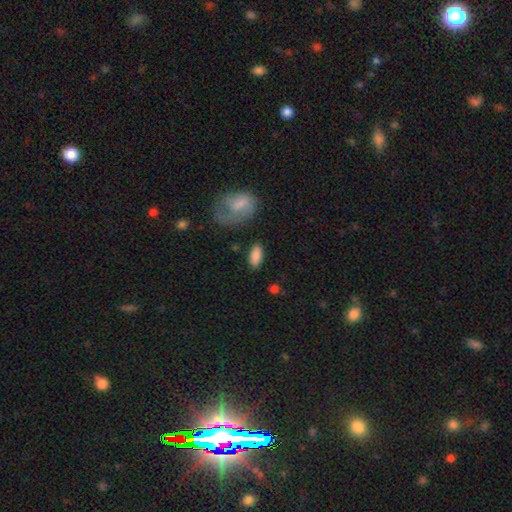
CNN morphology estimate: Smooth or featured: smooth — 87% (featured or disk — 7%)
How rounded: in between — 89% (cigar-shaped — 8%)
Merging: none — 83% (minor disturbance — 11%)